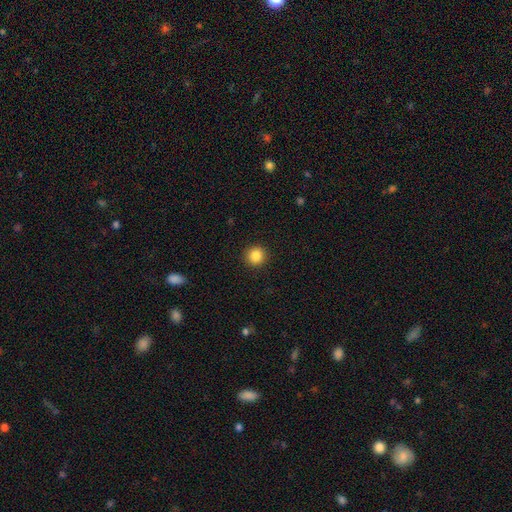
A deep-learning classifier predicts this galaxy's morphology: A smooth galaxy with no disk features (86%) that is round (93%).

Vote fractions:
- Smooth or featured? smooth: 86% / star or artifact: 10% / featured or disk: 4%
- How rounded? round: 93% / in between: 6% / cigar-shaped: 1%
- Merging? none: 92% / minor disturbance: 5% / major disturbance: 2% / merger: 1%